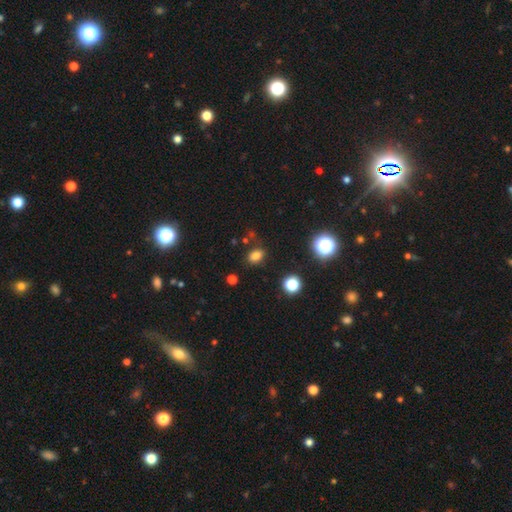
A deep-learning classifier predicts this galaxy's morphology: Smooth or featured? Predicted: smooth (p=0.78). How rounded? Predicted: in between (p=0.76). Merging? Predicted: none (p=0.81).